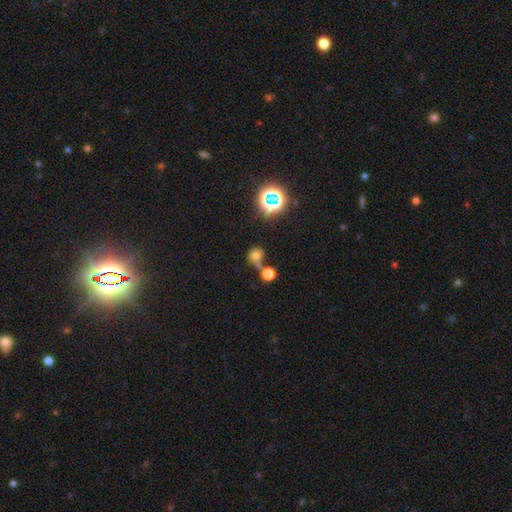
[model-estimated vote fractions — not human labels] Smooth or featured? smooth (67%)
How rounded? round (84%)
Merging? none (49%)